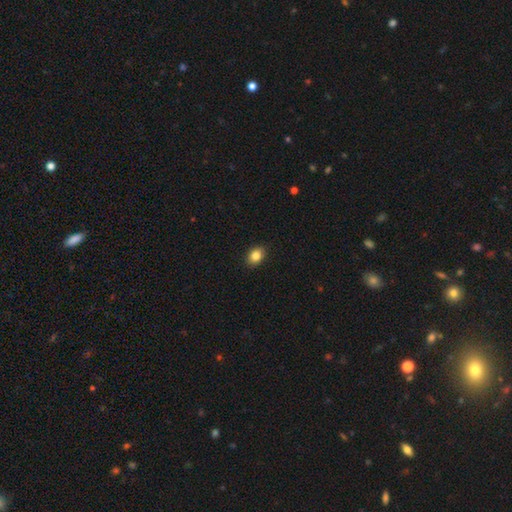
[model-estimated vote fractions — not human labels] Smooth or featured? smooth (85%)
How rounded? in between (66%)
Merging? none (90%)